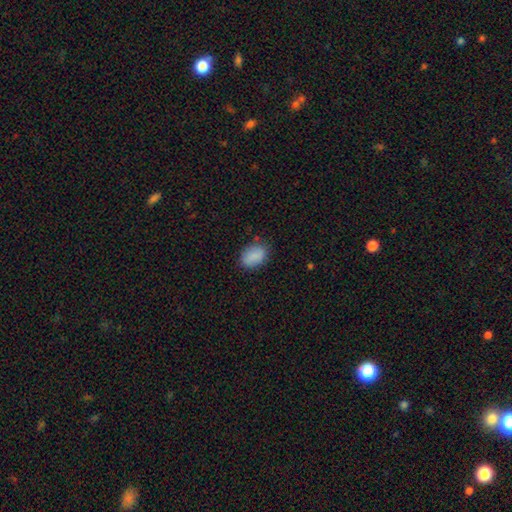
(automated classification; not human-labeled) A smooth galaxy with no disk features (87%) that is in between round and cigar-shaped (83%). Merging: none (79%).